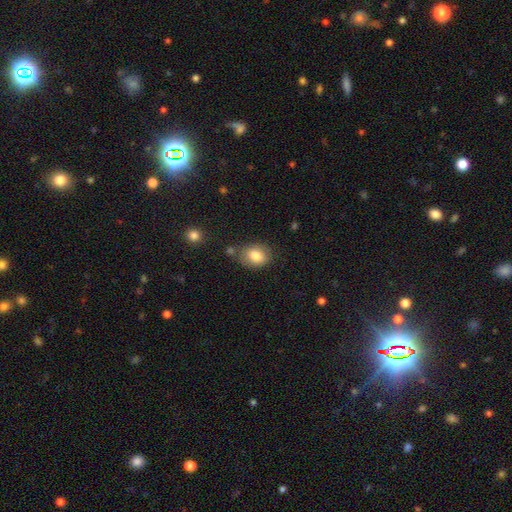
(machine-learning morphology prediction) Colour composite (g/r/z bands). It shows a smooth galaxy with no disk features (83%) that is in between round and cigar-shaped (58%). Merging: none (70%).